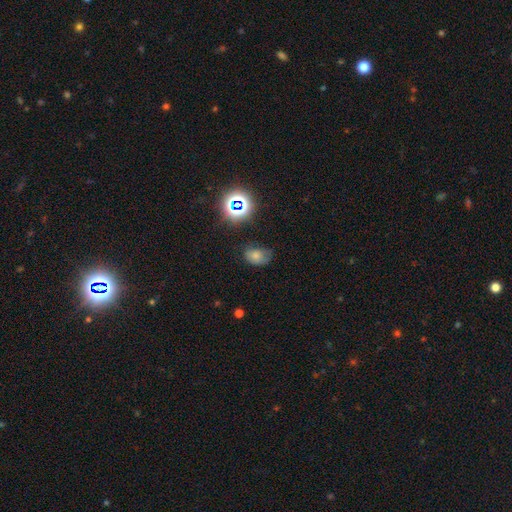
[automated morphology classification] Smooth or featured: smooth — 67% (star or artifact — 20%)
How rounded: in between — 74% (round — 25%)
Merging: none — 52% (minor disturbance — 33%)